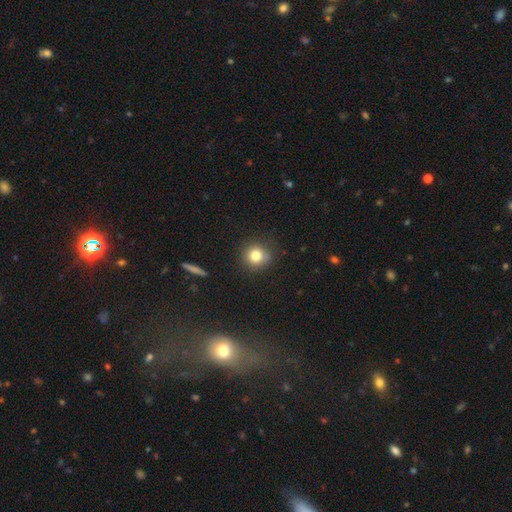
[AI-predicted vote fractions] Smooth or featured? smooth (80%)
How rounded? round (91%)
Merging? none (86%)